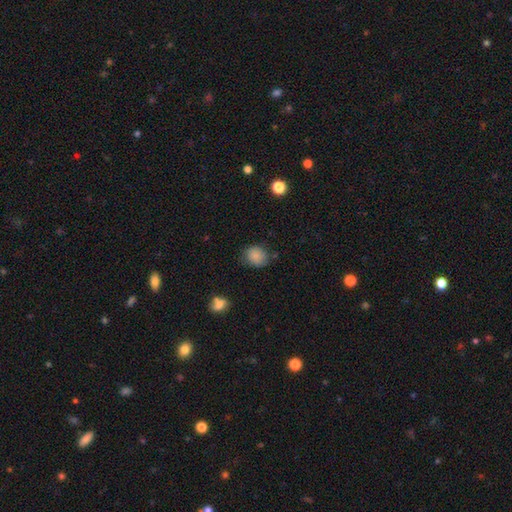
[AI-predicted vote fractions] Smooth or featured: smooth — 85% (star or artifact — 10%)
How rounded: round — 66% (in between — 33%)
Merging: none — 71% (minor disturbance — 21%)